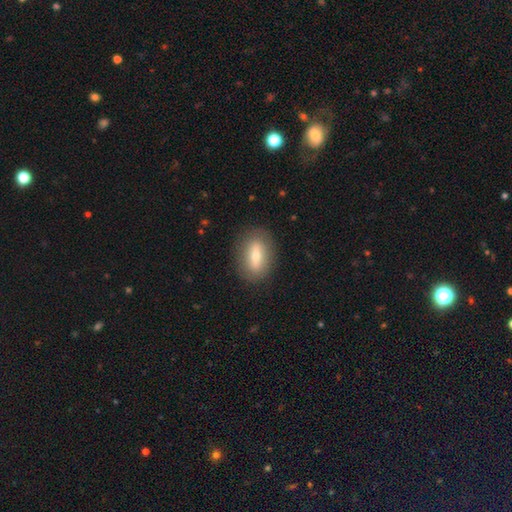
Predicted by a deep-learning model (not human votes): The model was most divided on "smooth or featured": smooth: 59%, featured or disk: 33%, star or artifact: 8%. More confident: merging — none (86%); how rounded — in between (78%).